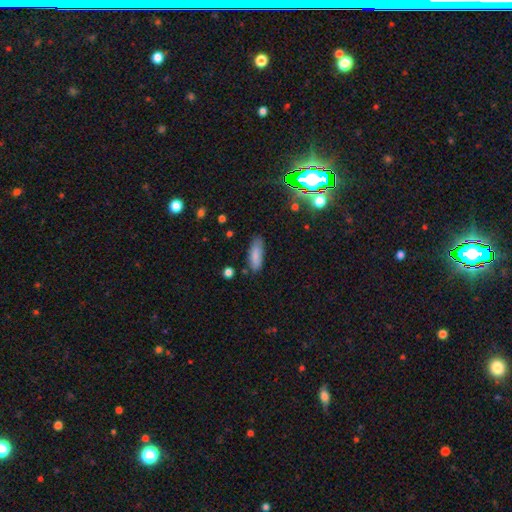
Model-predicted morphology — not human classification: A smooth galaxy with no disk features (83%) that is in between round and cigar-shaped (62%). Merging: none (76%).